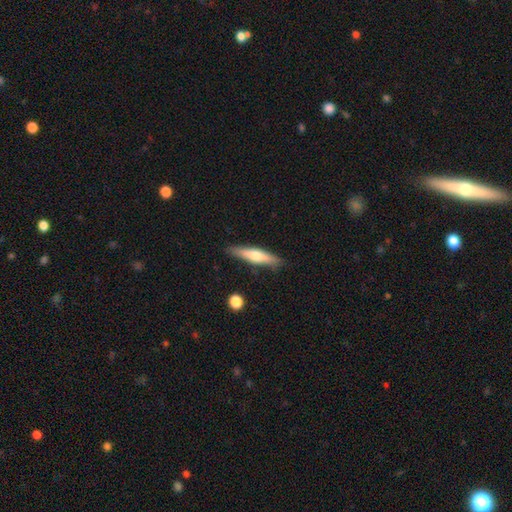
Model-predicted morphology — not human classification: A smooth galaxy with no disk features (52%) that is cigar-shaped (83%).

Vote fractions:
- Smooth or featured? smooth: 52% / featured or disk: 42% / star or artifact: 6%
- How rounded? cigar-shaped: 83% / in between: 15% / round: 2%
- Merging? none: 86% / minor disturbance: 10% / major disturbance: 2% / merger: 2%